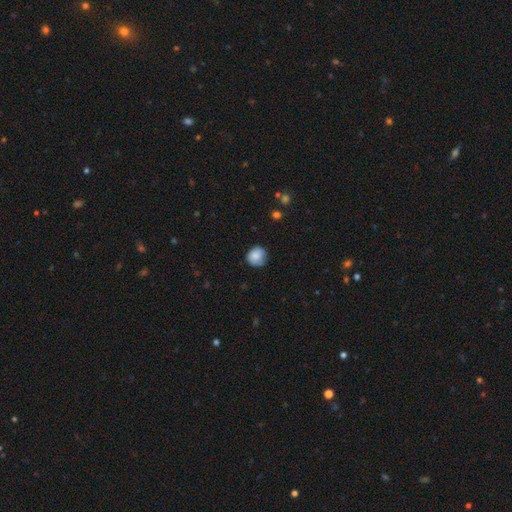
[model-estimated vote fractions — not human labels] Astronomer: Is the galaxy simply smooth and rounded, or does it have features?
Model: smooth — 83%.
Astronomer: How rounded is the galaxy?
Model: round — 88%.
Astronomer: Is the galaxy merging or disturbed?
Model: none — 73%.